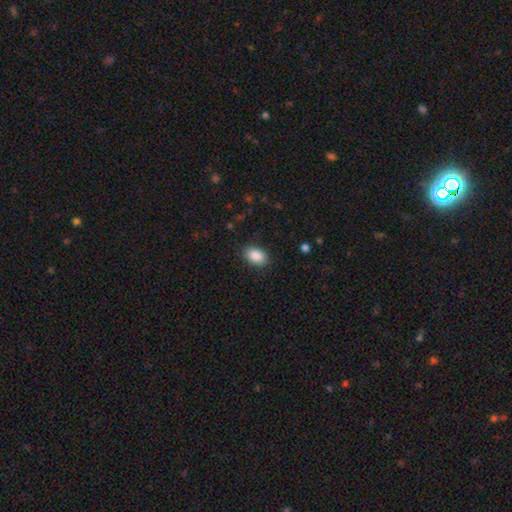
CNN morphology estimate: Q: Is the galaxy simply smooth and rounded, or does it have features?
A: smooth — 88%.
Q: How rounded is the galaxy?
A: in between — 85%.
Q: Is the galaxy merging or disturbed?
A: none — 87%.